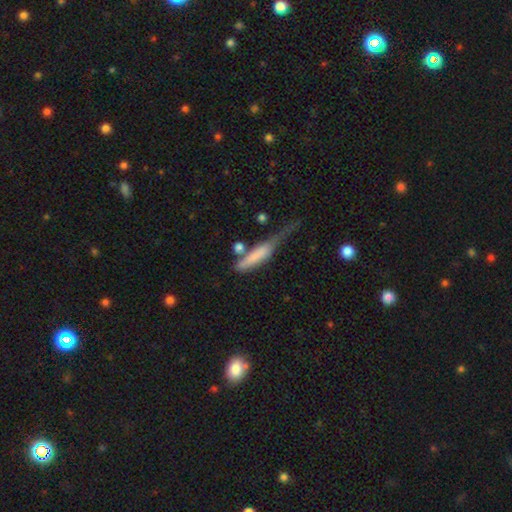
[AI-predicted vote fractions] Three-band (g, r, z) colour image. It shows a smooth galaxy with no disk features (66%) that is cigar-shaped (78%). Merging: major disturbance (29%, tied with none).